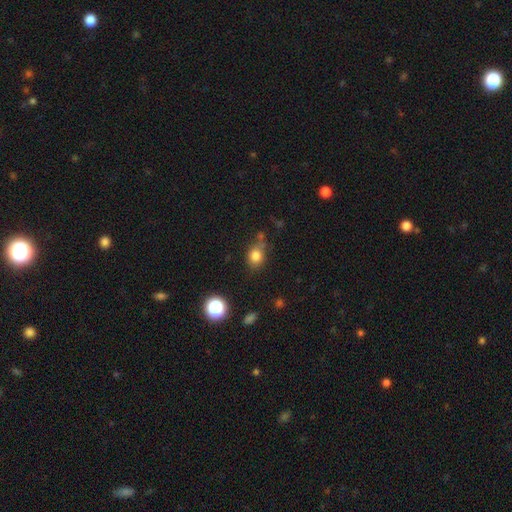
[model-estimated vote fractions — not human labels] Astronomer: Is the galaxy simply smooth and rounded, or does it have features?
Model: smooth — 80%.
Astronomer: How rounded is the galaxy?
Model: round — 64%.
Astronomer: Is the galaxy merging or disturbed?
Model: none — 63%.